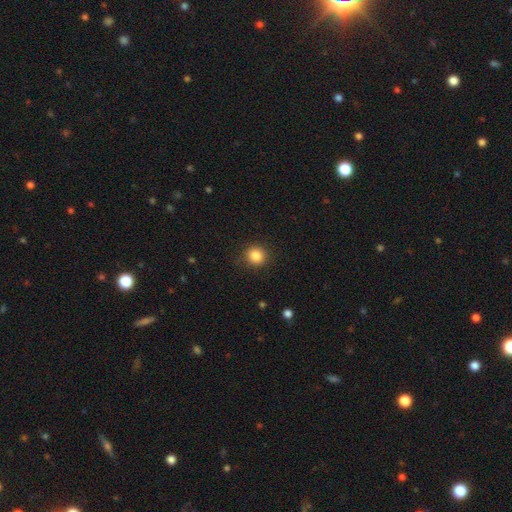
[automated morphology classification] This appears to be a smooth galaxy with no disk features (86%) that is round (90%). Merging: none (88%).